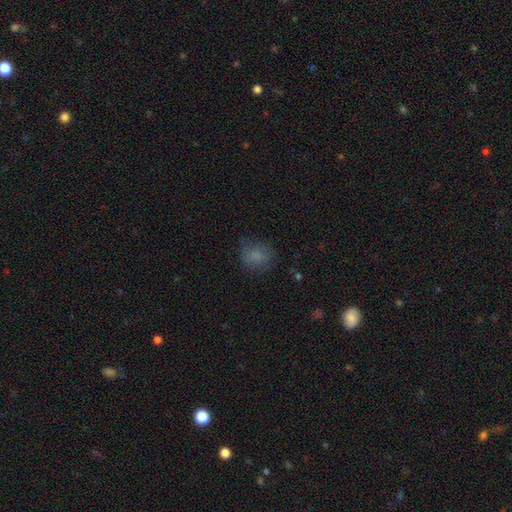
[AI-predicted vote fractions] This appears to be a smooth galaxy with no disk features (75%) that is round (58%). Merging: none (68%).